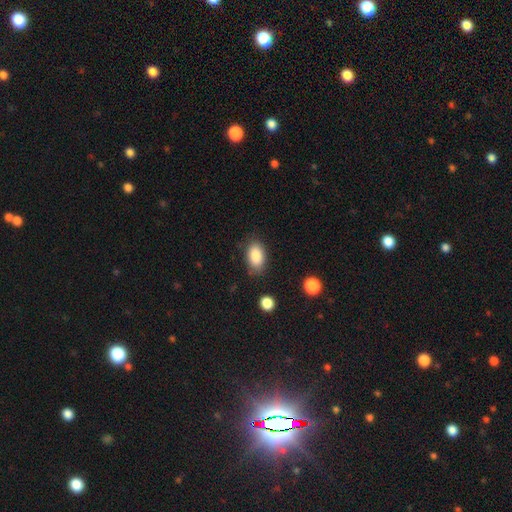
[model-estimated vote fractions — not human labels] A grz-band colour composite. It shows a smooth galaxy with no disk features (86%) that is in between round and cigar-shaped (91%). Merging: none (80%).